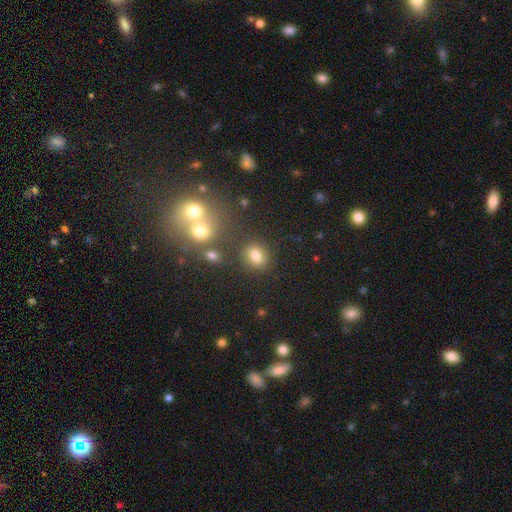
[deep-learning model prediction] smooth_or_featured: smooth (p=0.77) [alt: star or artifact p=0.15]
how_rounded: round (p=0.54) [alt: in between p=0.45]
merging: none (p=0.78) [alt: minor disturbance p=0.10]